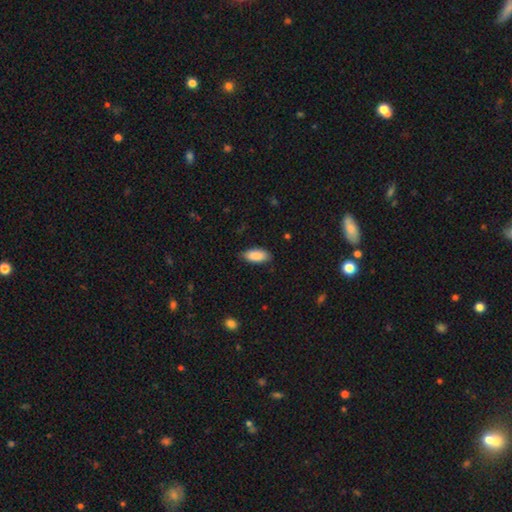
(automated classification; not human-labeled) This is clearly a smooth galaxy (90%). How rounded: clearly in between (88%). Merging: clearly none (83%).